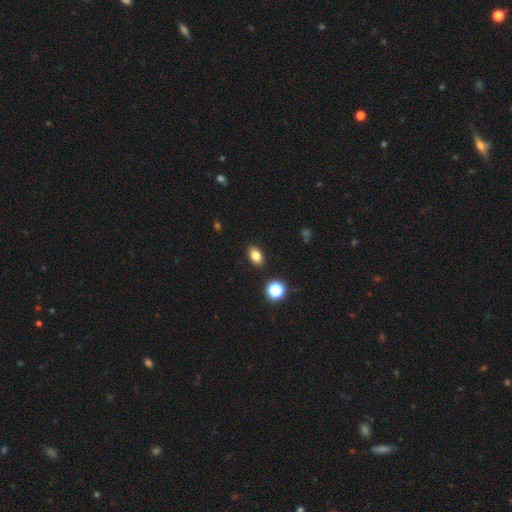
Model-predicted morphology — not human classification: This is clearly a smooth galaxy (82%). How rounded: clearly in between (86%). Merging: clearly none (89%).